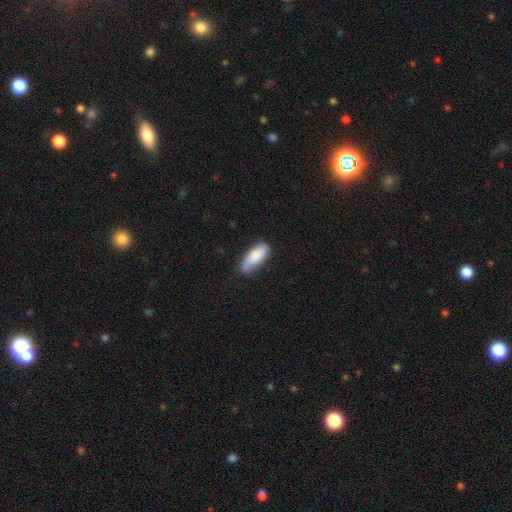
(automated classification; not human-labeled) Smooth or featured? smooth (82%)
How rounded? in between (81%)
Merging? none (58%)